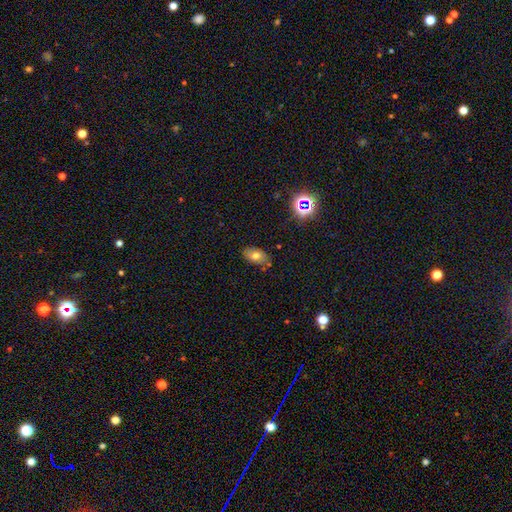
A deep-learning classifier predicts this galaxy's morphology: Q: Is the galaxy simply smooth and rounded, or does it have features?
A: smooth — 71%.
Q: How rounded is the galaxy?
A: in between — 88%.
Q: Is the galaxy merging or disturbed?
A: none — 79%.